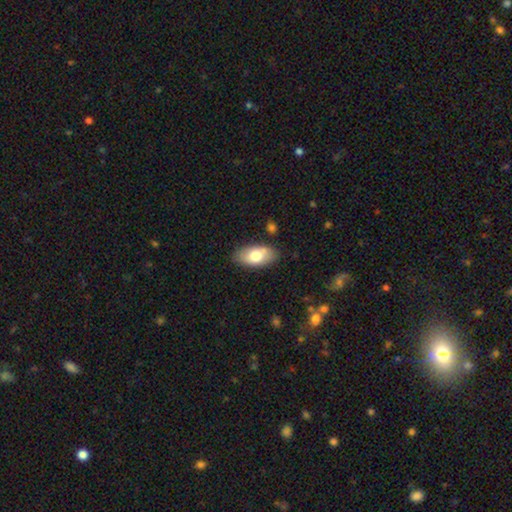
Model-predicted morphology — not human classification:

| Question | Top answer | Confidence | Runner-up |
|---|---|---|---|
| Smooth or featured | smooth | 74% | featured or disk (19%) |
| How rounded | in between | 92% | cigar-shaped (4%) |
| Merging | none | 81% | minor disturbance (13%) |